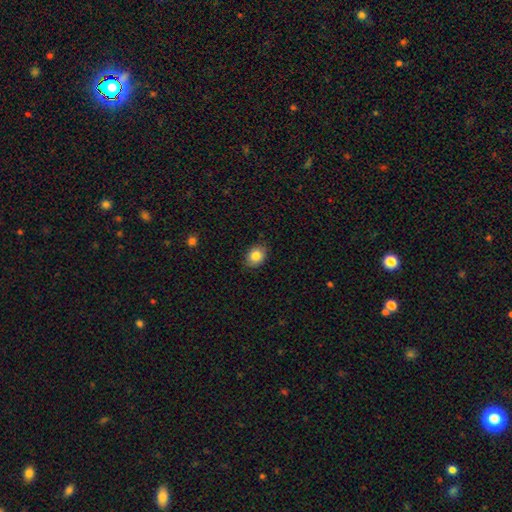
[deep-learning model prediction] smooth_or_featured: smooth (p=0.84) [alt: star or artifact p=0.09]
how_rounded: in between (p=0.51) [alt: round p=0.48]
merging: none (p=0.85) [alt: minor disturbance p=0.12]